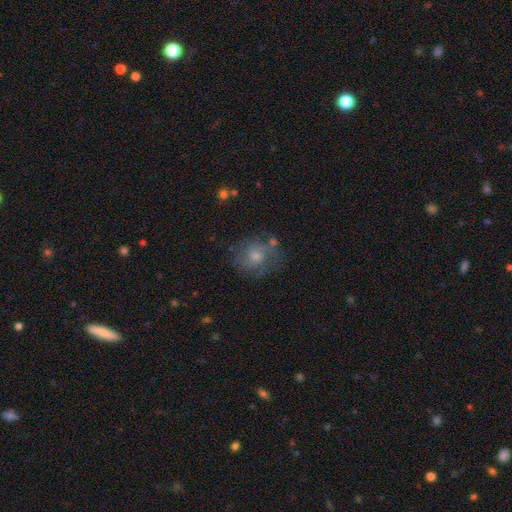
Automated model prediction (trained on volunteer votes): smooth 42% (tied), featured or disk 42% (tied), star or artifact 16%. Down the decision tree: merging — none (68%).